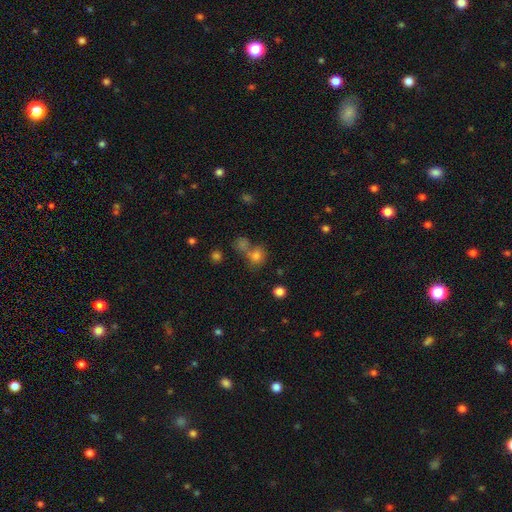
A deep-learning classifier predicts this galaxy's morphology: The model was most divided on "merging": none: 43%, merger: 41%, minor disturbance: 10%, major disturbance: 6%. More confident: smooth or featured — smooth (74%); how rounded — round (66%).